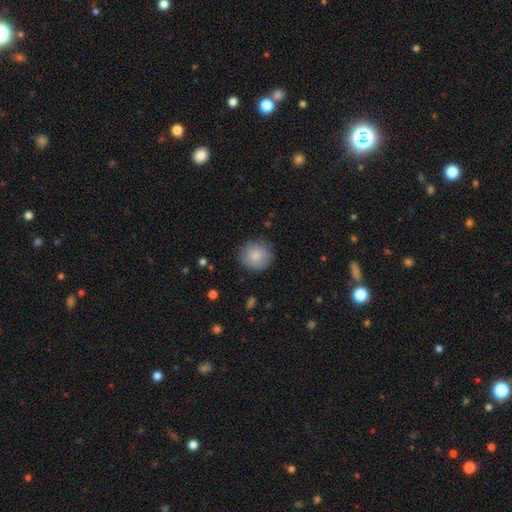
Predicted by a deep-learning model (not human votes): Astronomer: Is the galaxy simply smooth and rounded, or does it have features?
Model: smooth — 84%.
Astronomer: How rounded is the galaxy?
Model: round — 92%.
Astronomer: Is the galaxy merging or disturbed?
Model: none — 84%.